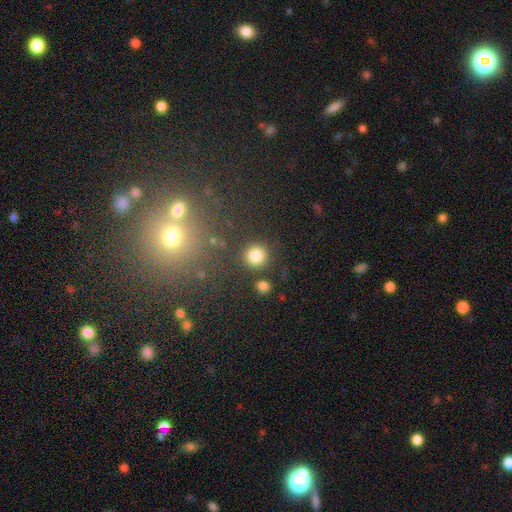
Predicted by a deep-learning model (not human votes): Morphology: type=smooth (82%); roundness=round (93%); merging=none (84%).